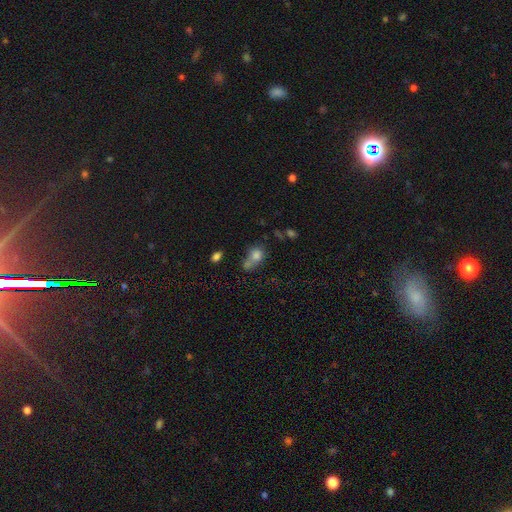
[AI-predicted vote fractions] A smooth galaxy with no disk features (76%) that is round (64%). Merging: merger (44%).